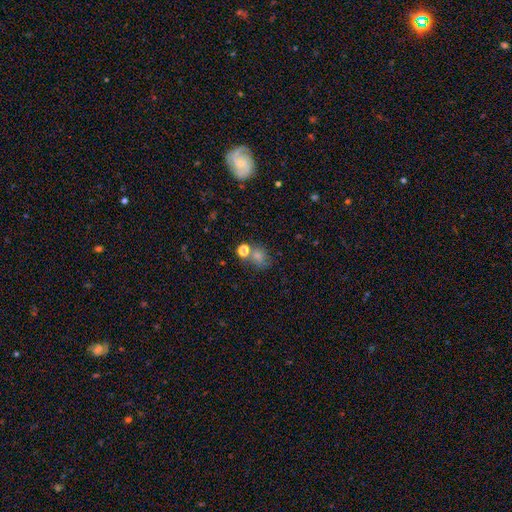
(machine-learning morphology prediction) smooth 66%, star or artifact 23%, featured or disk 11%. Down the decision tree: how rounded — round (56%); merging — none (57%).